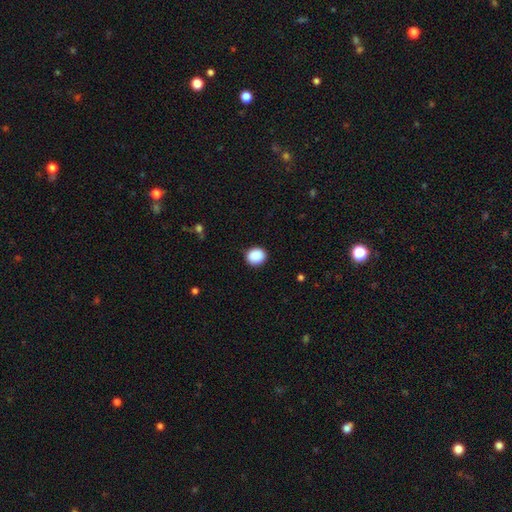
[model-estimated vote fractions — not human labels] Smooth or featured? Predicted: smooth (p=0.90). How rounded? Predicted: round (p=0.79). Merging? Predicted: none (p=0.90).